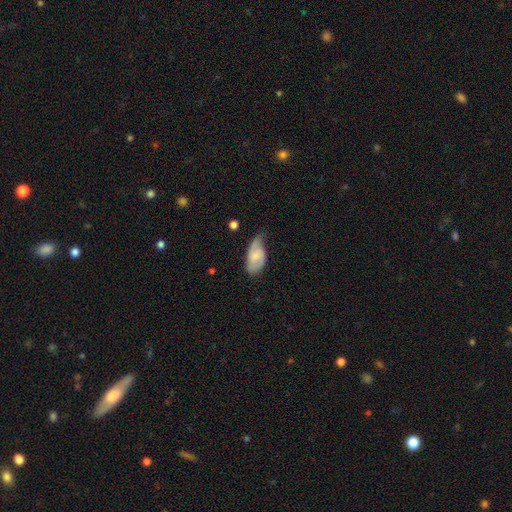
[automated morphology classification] smooth-or-featured: smooth: 49% | featured or disk: 44% | star or artifact: 6%
  merging: minor disturbance: 42% | none: 37% | major disturbance: 18% | merger: 2%